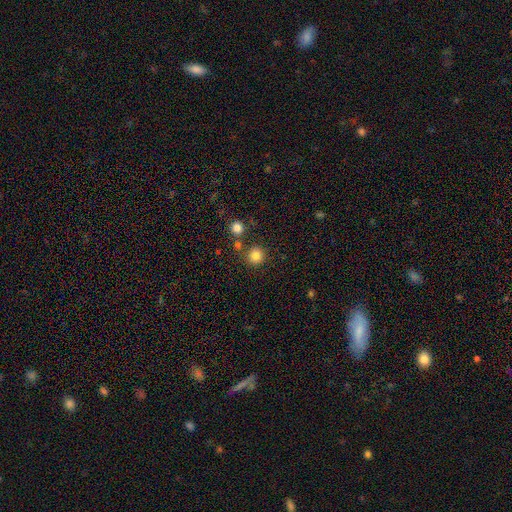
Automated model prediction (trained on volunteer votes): Overall: smooth (84%). How rounded: round (93%). Merging: none (81%).